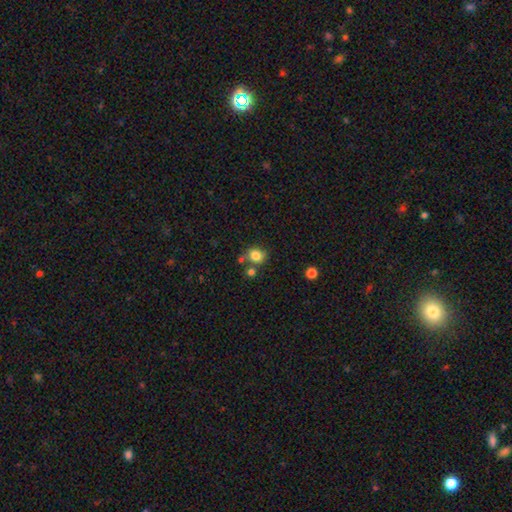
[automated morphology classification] type=smooth (81%); roundness=round (75%); merging=none (66%).